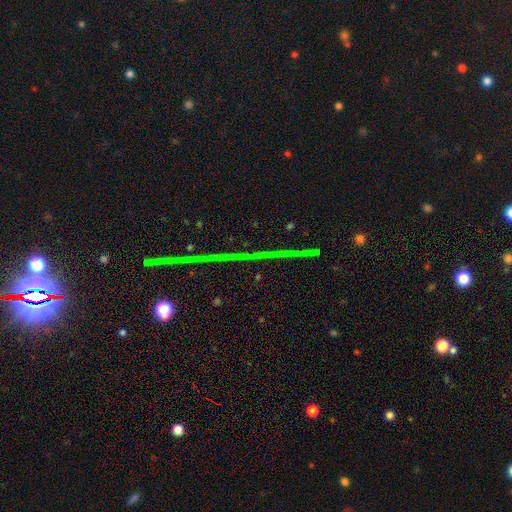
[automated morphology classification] A star or artifact, not a galaxy (78%).